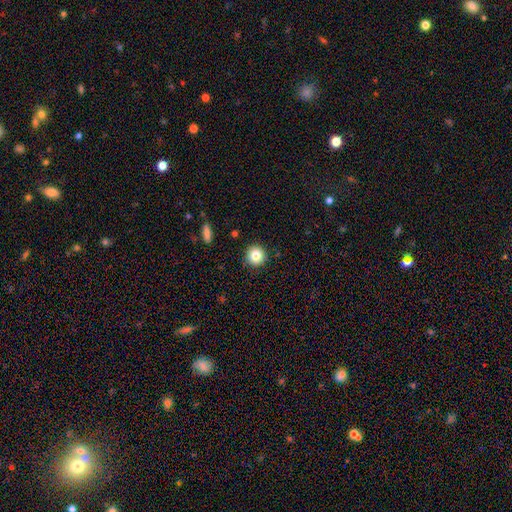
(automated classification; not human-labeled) This appears to be a smooth galaxy with no disk features (82%) that is round (94%). Merging: none (91%).